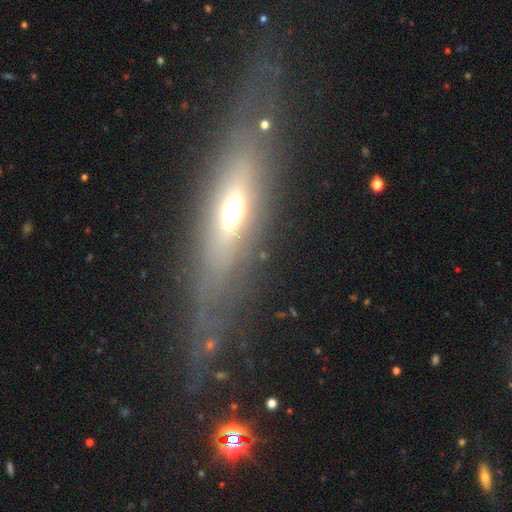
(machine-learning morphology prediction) Smooth or featured? featured or disk (63%)
Edge-on disk? yes (73%)
Merging? none (75%)